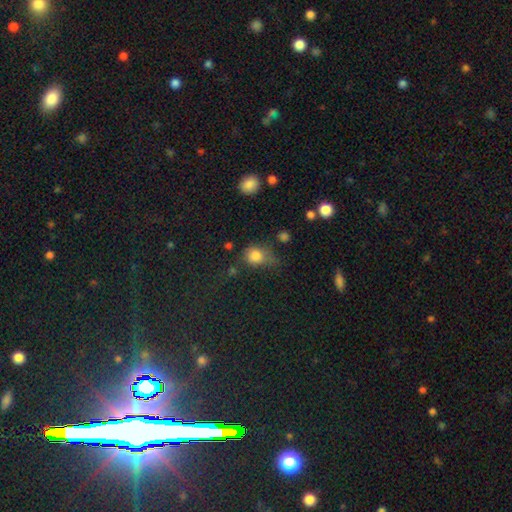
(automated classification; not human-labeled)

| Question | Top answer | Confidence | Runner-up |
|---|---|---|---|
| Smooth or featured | smooth | 80% | star or artifact (12%) |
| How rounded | round | 63% | in between (36%) |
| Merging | none | 40% | minor disturbance (35%) |